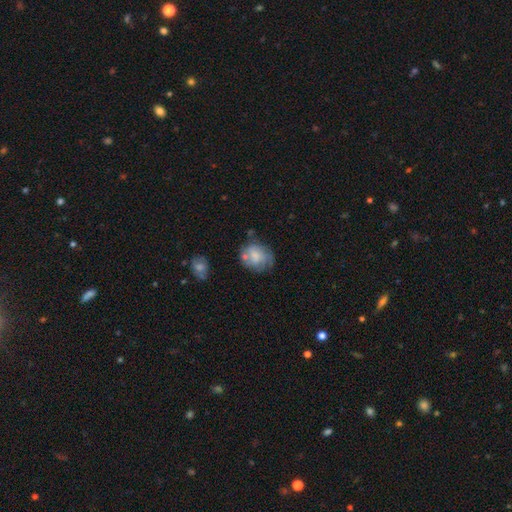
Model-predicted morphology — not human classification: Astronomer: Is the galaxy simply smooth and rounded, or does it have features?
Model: smooth — 61%.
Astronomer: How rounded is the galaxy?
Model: round — 54% (runner-up: in between, 45%).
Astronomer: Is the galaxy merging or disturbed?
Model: none — 49% (runner-up: minor disturbance, 27%).